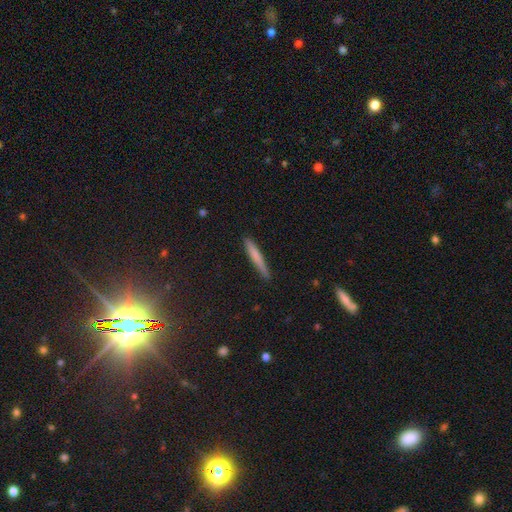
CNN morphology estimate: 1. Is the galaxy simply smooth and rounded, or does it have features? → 68% smooth, 25% featured or disk, 7% star or artifact.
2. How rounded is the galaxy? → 95% cigar-shaped, 3% in between, 1% round.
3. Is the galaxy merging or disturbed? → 86% none, 11% minor disturbance, 2% major disturbance, 1% merger.